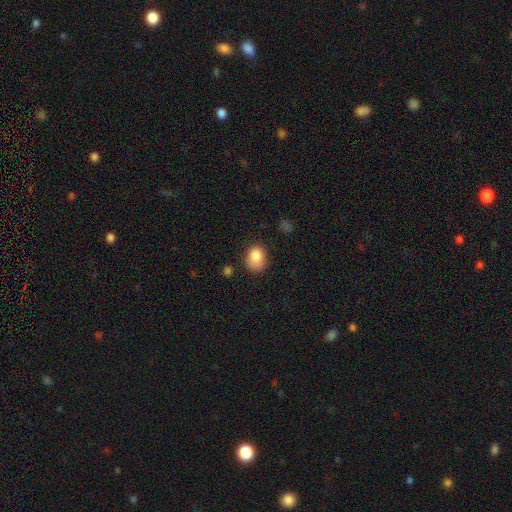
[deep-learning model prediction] This is clearly a smooth galaxy (84%). How rounded: likely in between (62%). Merging: possibly none (58%).